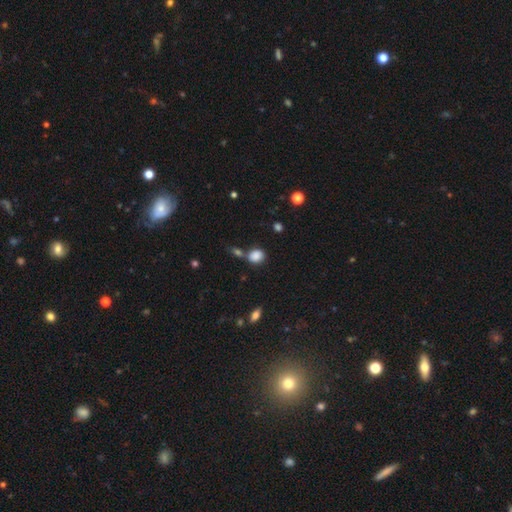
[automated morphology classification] Q: Smooth or featured?
A: smooth (85%); runner-up: star or artifact (10%)
Q: How rounded?
A: round (55%); runner-up: in between (43%)
Q: Merging?
A: none (59%); runner-up: merger (21%)